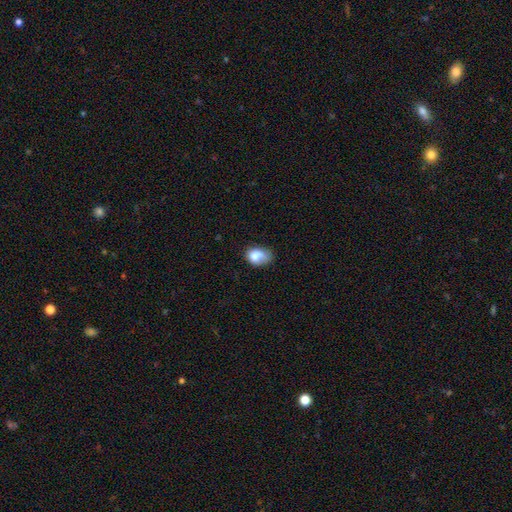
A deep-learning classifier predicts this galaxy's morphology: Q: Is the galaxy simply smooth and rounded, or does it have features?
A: smooth — 78%.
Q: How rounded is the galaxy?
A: in between — 74%.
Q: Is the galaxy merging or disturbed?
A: none — 37%.